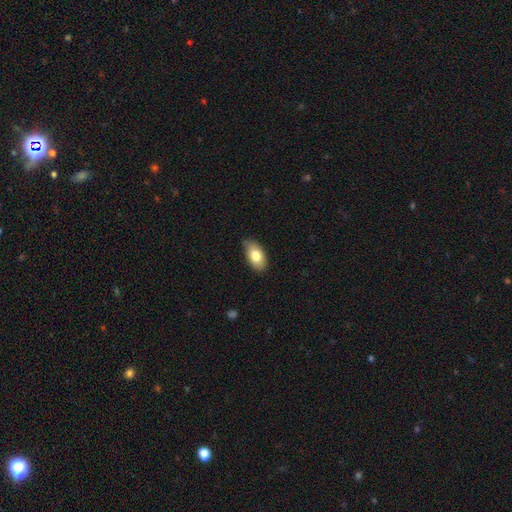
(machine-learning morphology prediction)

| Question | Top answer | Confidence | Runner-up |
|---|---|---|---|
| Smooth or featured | smooth | 78% | featured or disk (14%) |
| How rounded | in between | 92% | round (5%) |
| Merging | none | 77% | minor disturbance (19%) |